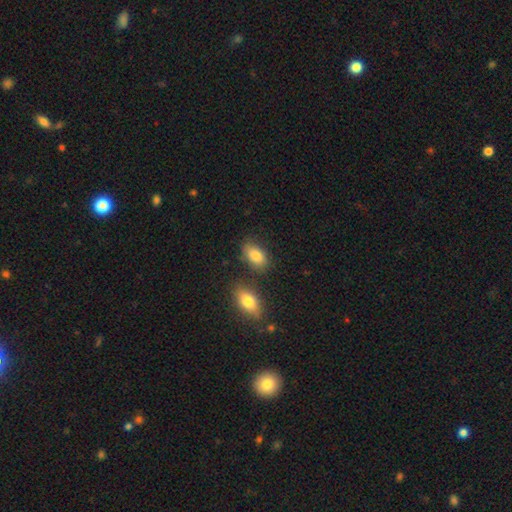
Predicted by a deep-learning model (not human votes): The model was most divided on "merging": none: 71%, minor disturbance: 15%, merger: 9%, major disturbance: 4%. More confident: how rounded — in between (91%); smooth or featured — smooth (84%).